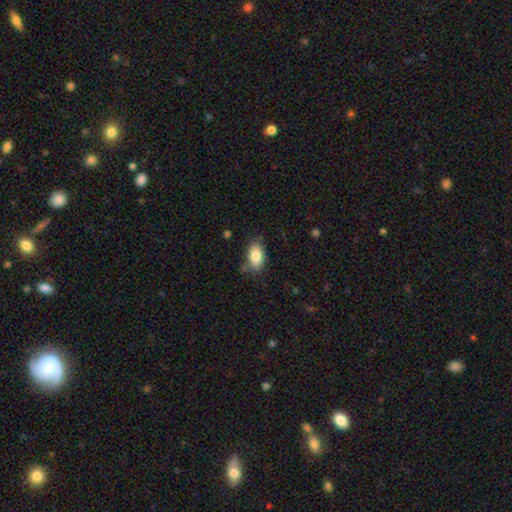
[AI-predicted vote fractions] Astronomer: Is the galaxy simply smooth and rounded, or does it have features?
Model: smooth — 82%.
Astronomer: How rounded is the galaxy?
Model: in between — 92%.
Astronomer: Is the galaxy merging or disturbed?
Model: none — 76%.